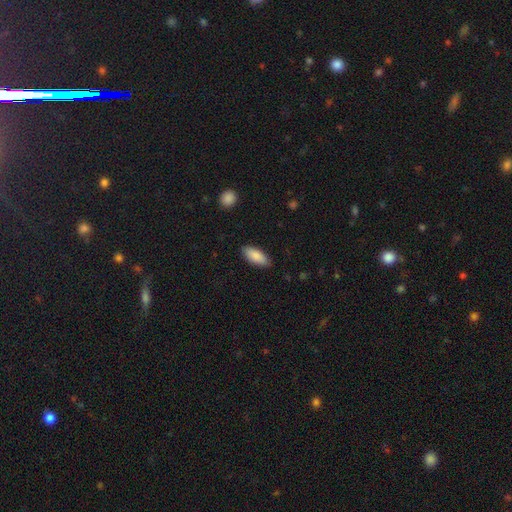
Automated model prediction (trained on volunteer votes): Smooth or featured? Predicted: smooth (p=0.88). How rounded? Predicted: in between (p=0.82). Merging? Predicted: none (p=0.87).